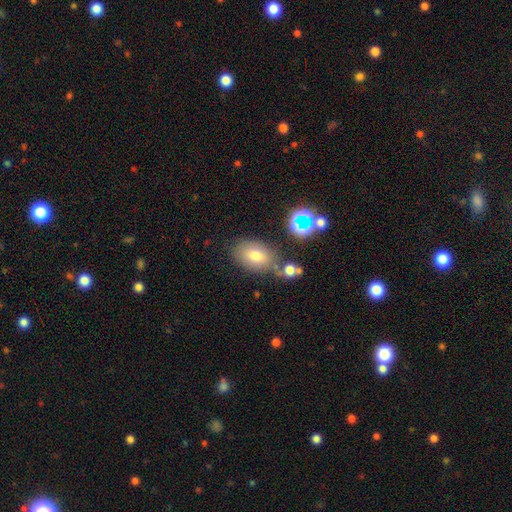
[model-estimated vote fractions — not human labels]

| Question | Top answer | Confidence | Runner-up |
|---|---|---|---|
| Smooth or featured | smooth | 73% | featured or disk (14%) |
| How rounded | in between | 82% | round (17%) |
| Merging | none | 65% | minor disturbance (16%) |